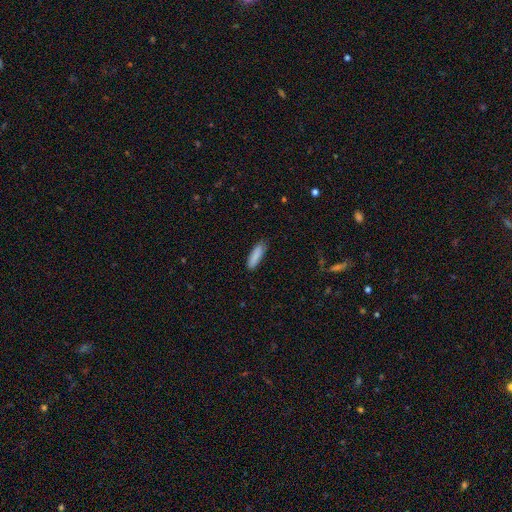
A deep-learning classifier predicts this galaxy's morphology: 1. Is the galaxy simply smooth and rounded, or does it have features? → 88% smooth, 6% star or artifact, 6% featured or disk.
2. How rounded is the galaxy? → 64% cigar-shaped, 35% in between, 1% round.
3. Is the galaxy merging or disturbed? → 85% none, 12% minor disturbance, 2% major disturbance, 1% merger.